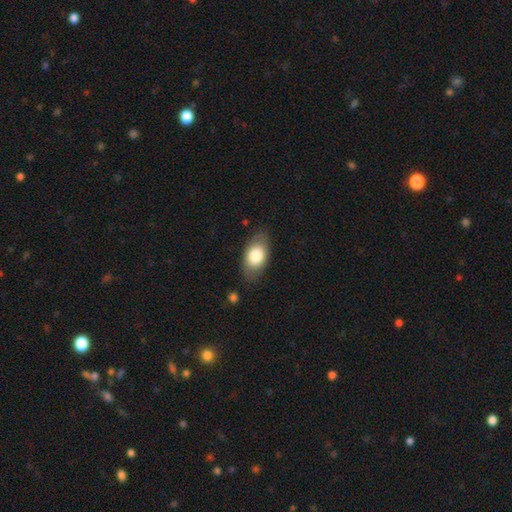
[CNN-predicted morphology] smooth-or-featured: smooth: 75% | featured or disk: 18% | star or artifact: 6%
  how-rounded: in between: 91% | round: 7% | cigar-shaped: 2%
  merging: none: 78% | minor disturbance: 16% | major disturbance: 4% | merger: 2%